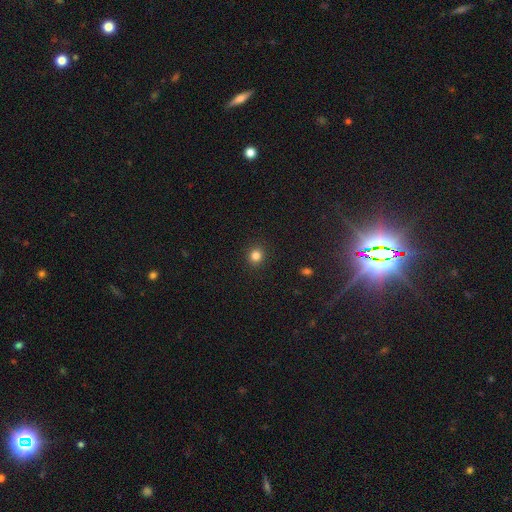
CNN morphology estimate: smooth_or_featured: smooth (p=0.83) [alt: star or artifact p=0.13]
how_rounded: round (p=0.89) [alt: in between p=0.10]
merging: none (p=0.92) [alt: minor disturbance p=0.05]